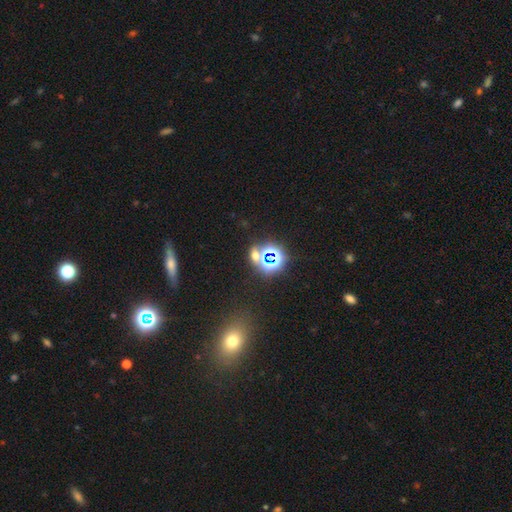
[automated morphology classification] Smooth or featured? star or artifact (61%)